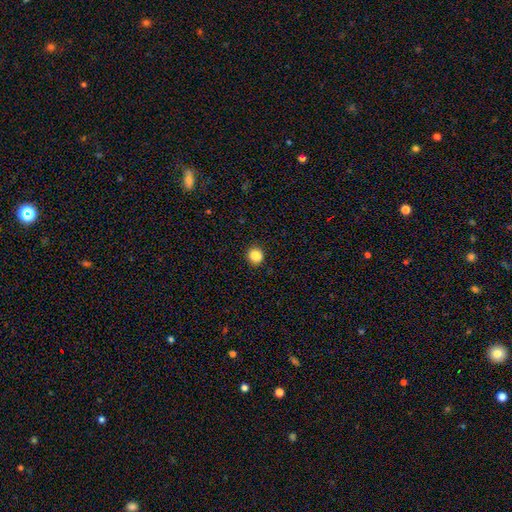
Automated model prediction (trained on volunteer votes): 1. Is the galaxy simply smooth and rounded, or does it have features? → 87% smooth, 10% star or artifact, 3% featured or disk.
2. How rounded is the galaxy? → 84% round, 15% in between, 1% cigar-shaped.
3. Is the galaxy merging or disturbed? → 90% none, 7% minor disturbance, 2% major disturbance, 1% merger.